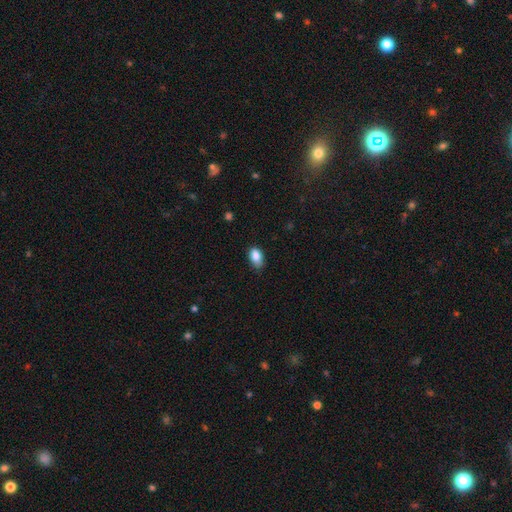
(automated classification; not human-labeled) Q: Smooth or featured?
A: smooth (86%); runner-up: star or artifact (8%)
Q: How rounded?
A: in between (90%); runner-up: round (8%)
Q: Merging?
A: none (68%); runner-up: minor disturbance (26%)